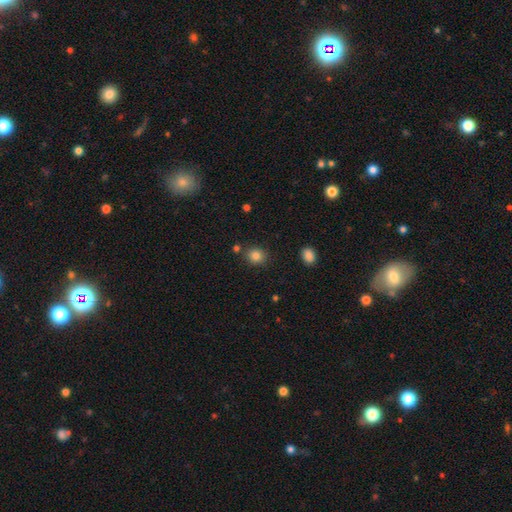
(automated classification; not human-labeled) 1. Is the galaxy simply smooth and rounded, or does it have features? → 83% smooth, 11% star or artifact, 6% featured or disk.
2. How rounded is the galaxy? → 75% round, 24% in between, 1% cigar-shaped.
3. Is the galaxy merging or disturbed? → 82% none, 9% minor disturbance, 6% merger, 3% major disturbance.